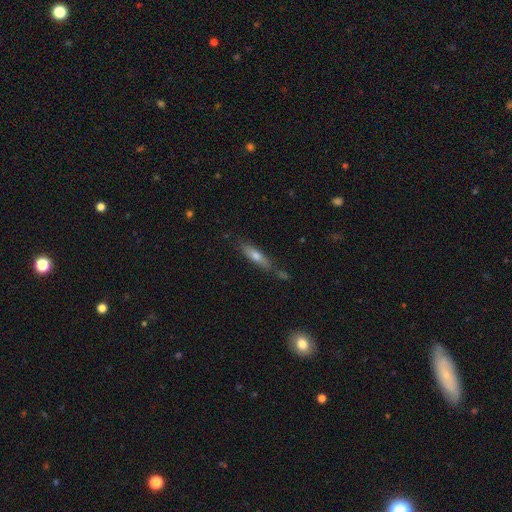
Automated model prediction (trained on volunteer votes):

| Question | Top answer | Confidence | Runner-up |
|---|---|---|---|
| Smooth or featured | smooth | 59% | featured or disk (33%) |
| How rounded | cigar-shaped | 75% | in between (23%) |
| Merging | none | 71% | minor disturbance (18%) |